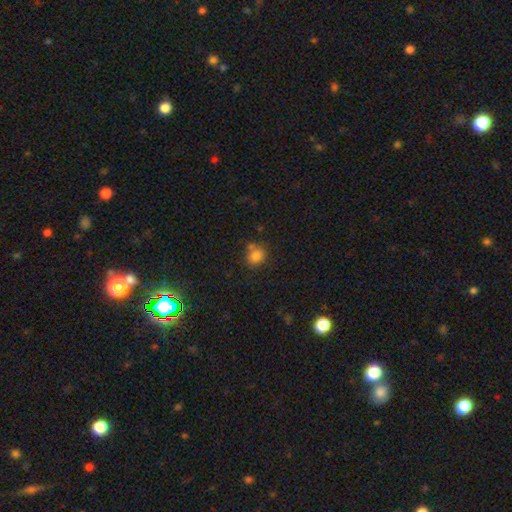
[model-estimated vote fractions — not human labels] Q: Smooth or featured?
A: smooth (80%); runner-up: star or artifact (12%)
Q: How rounded?
A: round (66%); runner-up: in between (33%)
Q: Merging?
A: none (62%); runner-up: merger (17%)